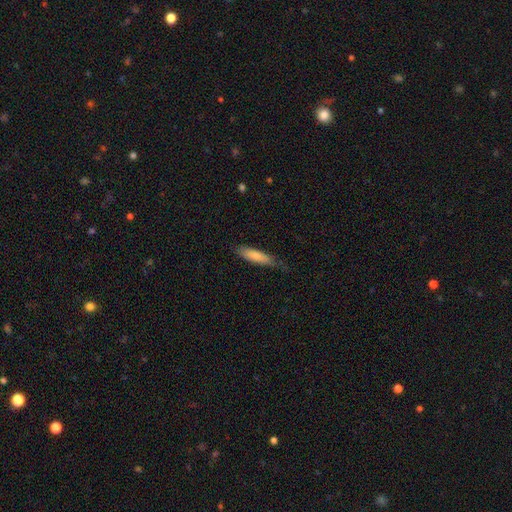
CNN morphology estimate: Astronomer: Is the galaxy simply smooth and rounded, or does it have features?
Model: smooth — 79%.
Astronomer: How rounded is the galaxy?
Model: cigar-shaped — 71%.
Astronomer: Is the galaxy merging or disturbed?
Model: none — 63%.